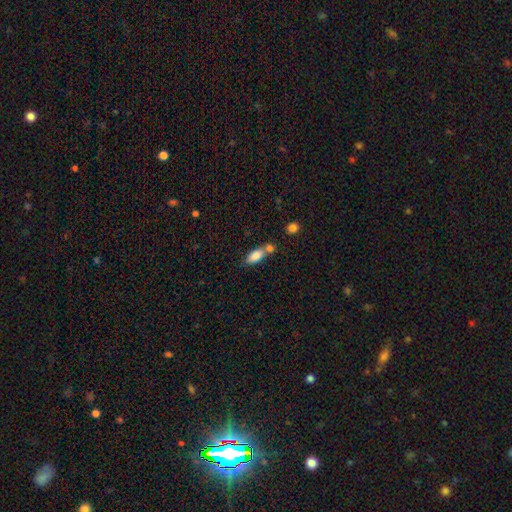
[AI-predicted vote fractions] smooth 82%, featured or disk 10%, star or artifact 8%. Down the decision tree: how rounded — in between (81%); merging — none (45%).